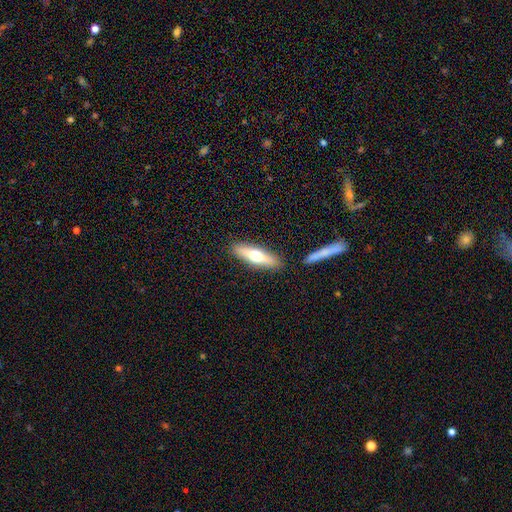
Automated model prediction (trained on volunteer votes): A smooth galaxy with no disk features (53%) that is cigar-shaped (64%). Merging: none (86%).